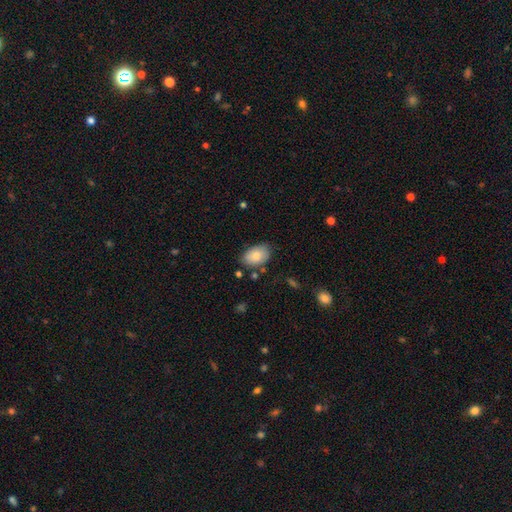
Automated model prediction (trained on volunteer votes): The model was most divided on "merging": none: 77%, minor disturbance: 17%, major disturbance: 3%, merger: 3%. More confident: how rounded — in between (90%); smooth or featured — smooth (82%).